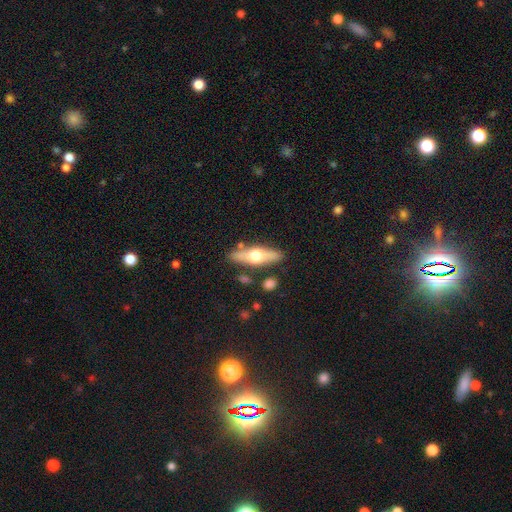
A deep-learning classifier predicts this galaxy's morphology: smooth-or-featured: featured or disk: 54% | smooth: 40% | star or artifact: 6%
  disk-edge-on: yes: 88% | no: 12%
  merging: none: 82% | minor disturbance: 11% | merger: 5% | major disturbance: 3%